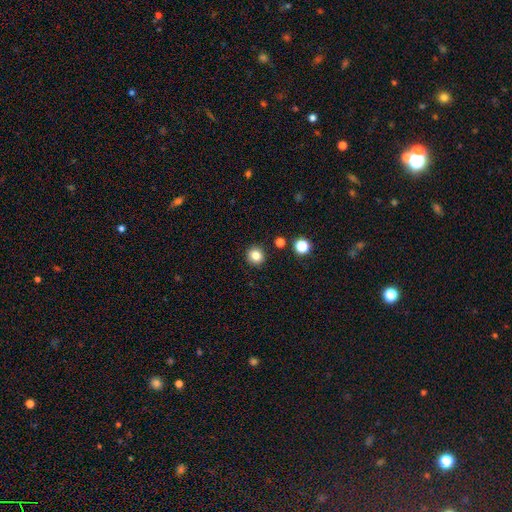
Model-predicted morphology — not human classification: A smooth galaxy with no disk features (83%) that is round (92%).

Vote fractions:
- Smooth or featured? smooth: 83% / star or artifact: 12% / featured or disk: 5%
- How rounded? round: 92% / in between: 7% / cigar-shaped: 1%
- Merging? none: 91% / minor disturbance: 5% / merger: 2% / major disturbance: 2%